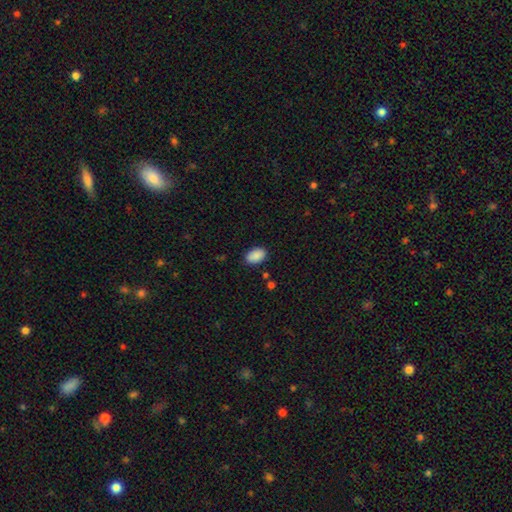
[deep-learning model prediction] The model was most divided on "merging": none: 85%, minor disturbance: 11%, major disturbance: 3%, merger: 2%. More confident: how rounded — in between (91%); smooth or featured — smooth (89%).